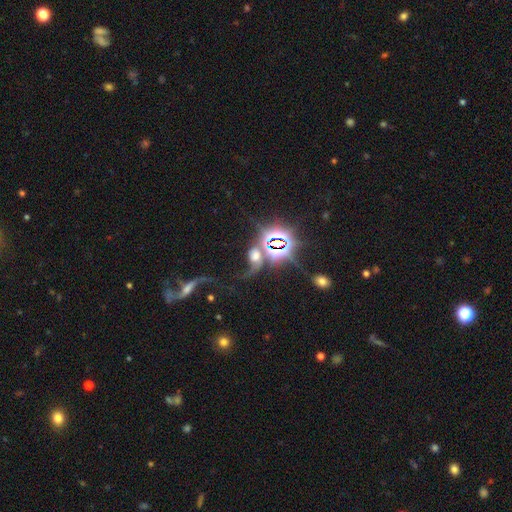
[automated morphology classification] A star or artifact, not a galaxy (44%).

Vote fractions:
- Smooth or featured? star or artifact: 44% / featured or disk: 33% / smooth: 23%